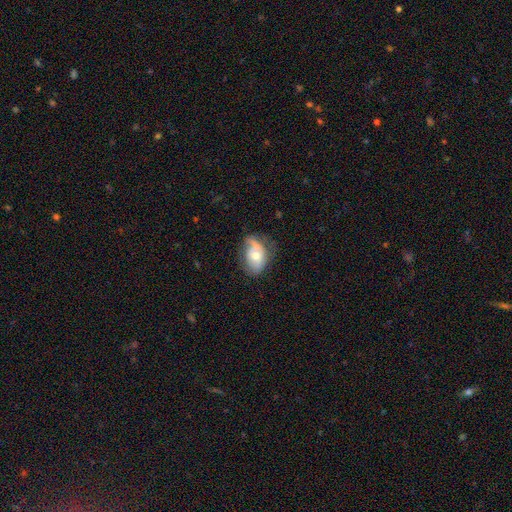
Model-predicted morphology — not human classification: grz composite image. It shows a smooth galaxy with no disk features (51%) that is in between round and cigar-shaped (83%). Merging: none (43%).